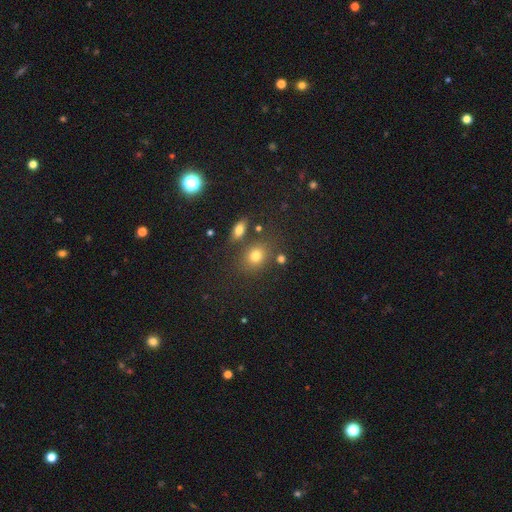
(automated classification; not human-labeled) Smooth or featured: smooth — 74% (star or artifact — 15%)
How rounded: round — 57% (in between — 42%)
Merging: none — 73% (minor disturbance — 12%)